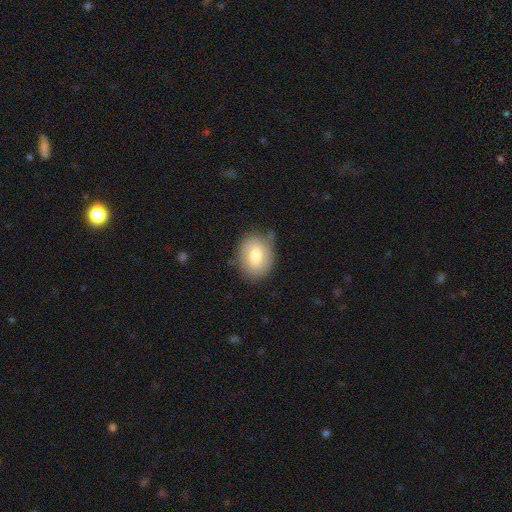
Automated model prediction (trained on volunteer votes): This appears to be a smooth galaxy with no disk features (73%) that is in between round and cigar-shaped (56%). Merging: none (73%).